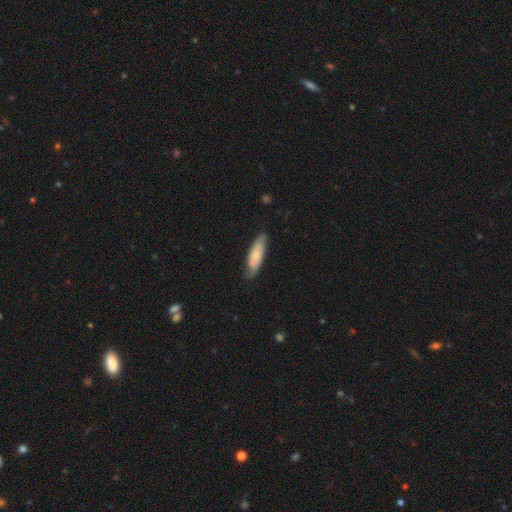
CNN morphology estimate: Smooth or featured?
  - smooth: 68% *
  - featured or disk: 27%
  - star or artifact: 5%
How rounded?
  - cigar-shaped: 59% *
  - in between: 39%
  - round: 2%
Merging?
  - none: 81% *
  - minor disturbance: 16%
  - major disturbance: 3%
  - merger: 1%